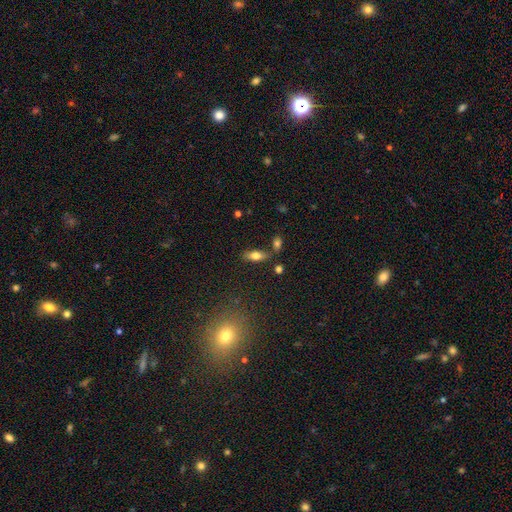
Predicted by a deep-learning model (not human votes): Smooth or featured? smooth (68%)
How rounded? in between (75%)
Merging? none (72%)